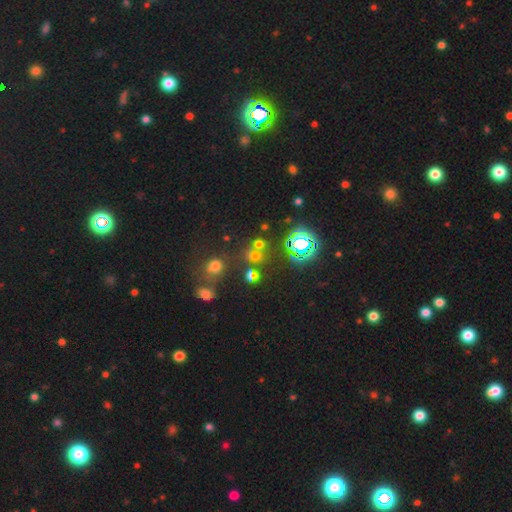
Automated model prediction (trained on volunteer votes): This is possibly a star or artifact rather than a galaxy (45%, tied with smooth).